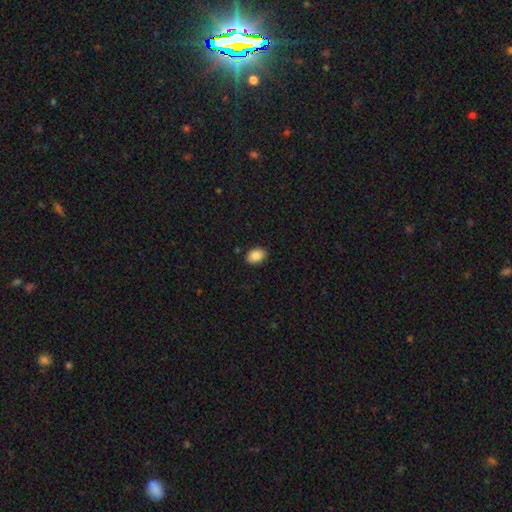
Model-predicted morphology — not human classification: A smooth galaxy with no disk features (88%) that is in between round and cigar-shaped (84%).

Vote fractions:
- Smooth or featured? smooth: 88% / star or artifact: 8% / featured or disk: 5%
- How rounded? in between: 84% / round: 15% / cigar-shaped: 1%
- Merging? none: 88% / minor disturbance: 9% / major disturbance: 2% / merger: 1%